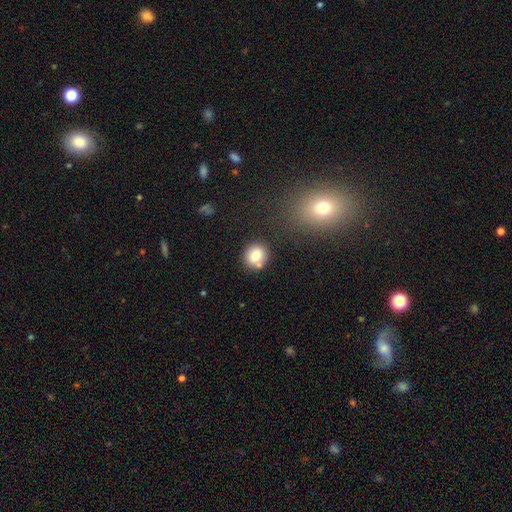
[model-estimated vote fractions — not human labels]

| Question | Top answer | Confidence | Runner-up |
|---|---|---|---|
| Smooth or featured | smooth | 76% | featured or disk (13%) |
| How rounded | round | 88% | in between (11%) |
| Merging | none | 74% | merger (13%) |